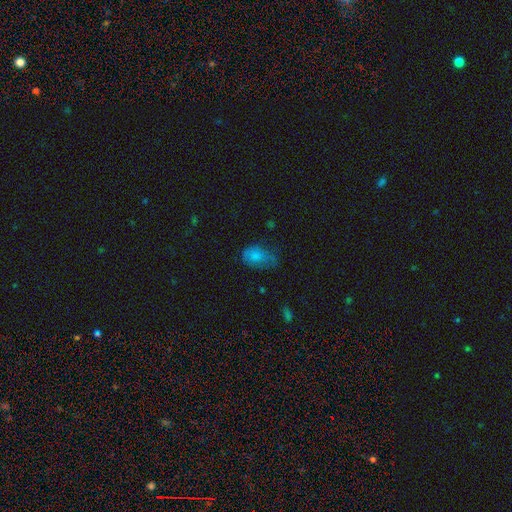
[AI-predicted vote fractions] This appears to be a smooth galaxy with no disk features (74%) that is in between round and cigar-shaped (84%). Merging: minor disturbance (38%).